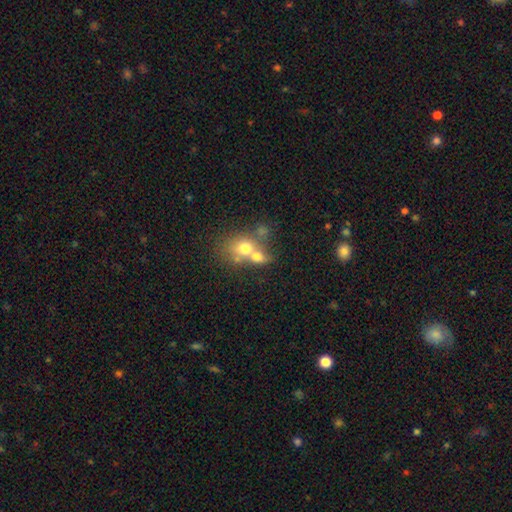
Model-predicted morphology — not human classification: Smooth or featured: smooth — 58% (star or artifact — 23%)
How rounded: round — 67% (in between — 31%)
Merging: merger — 47% (none — 41%)